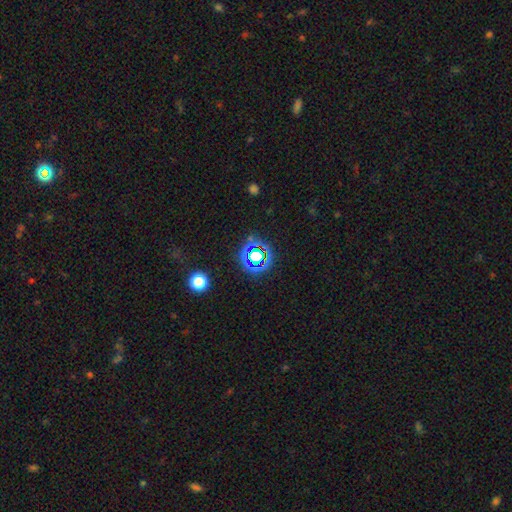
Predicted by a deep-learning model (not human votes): Q: Smooth or featured?
A: star or artifact (65%); runner-up: smooth (24%)